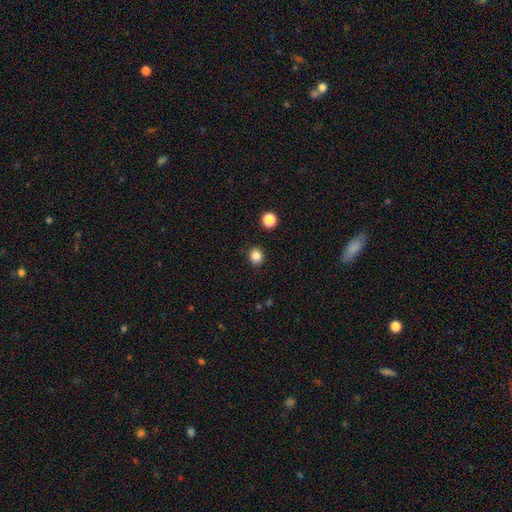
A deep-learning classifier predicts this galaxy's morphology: Q: Smooth or featured?
A: smooth (84%); runner-up: star or artifact (12%)
Q: How rounded?
A: round (81%); runner-up: in between (18%)
Q: Merging?
A: none (91%); runner-up: minor disturbance (6%)